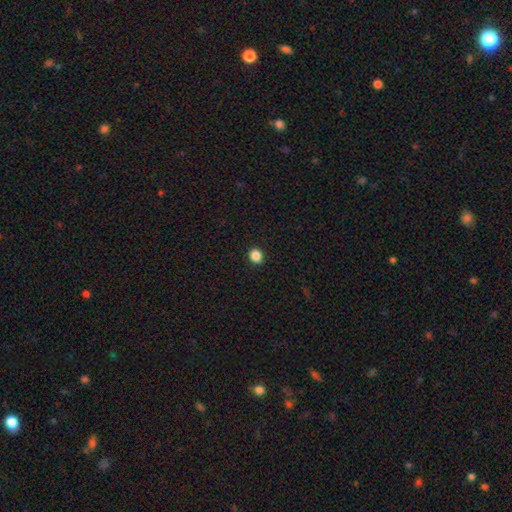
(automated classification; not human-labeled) Morphology: type=smooth (87%); roundness=round (79%); merging=none (92%).